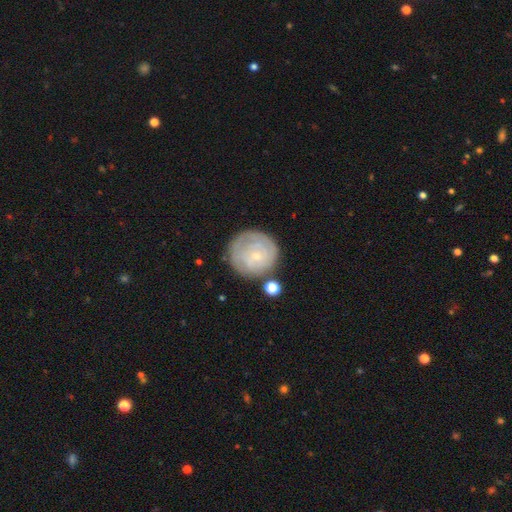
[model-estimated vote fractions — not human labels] A featured or disk galaxy (58%) with no bar (83%), spiral arms (72%) and a small central bulge (83%).

Vote fractions:
- Smooth or featured? featured or disk: 58% / smooth: 34% / star or artifact: 7%
- Edge-on disk? no: 98% / yes: 2%
- Bar? no: 83% / weak: 15% / strong: 2%
- Spiral arms? yes: 72% / no: 28%
- Bulge size? small: 83% / moderate: 12% / none: 3% / large: 1% / dominant: 1%
- Merging? none: 71% / minor disturbance: 17% / major disturbance: 7% / merger: 5%